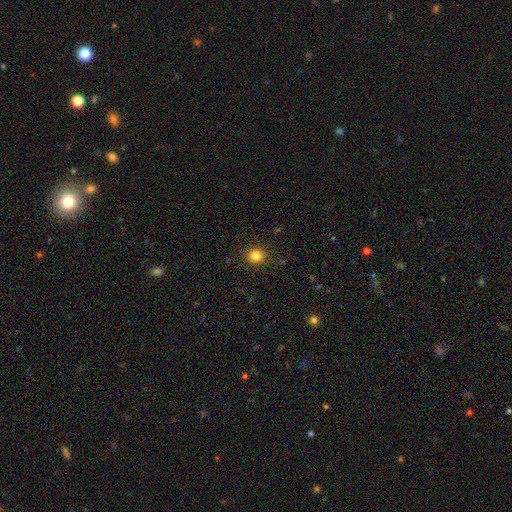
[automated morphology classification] smooth 83%, star or artifact 12%, featured or disk 5%. Down the decision tree: how rounded — round (84%); merging — none (90%).